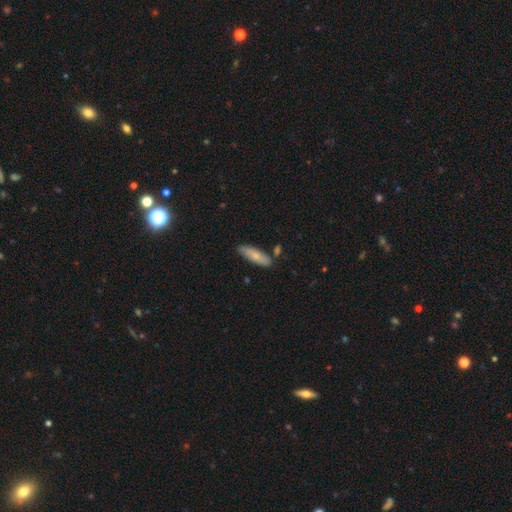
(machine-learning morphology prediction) Smooth or featured? Predicted: smooth (p=0.76). How rounded? Predicted: cigar-shaped (p=0.53). Merging? Predicted: none (p=0.80).